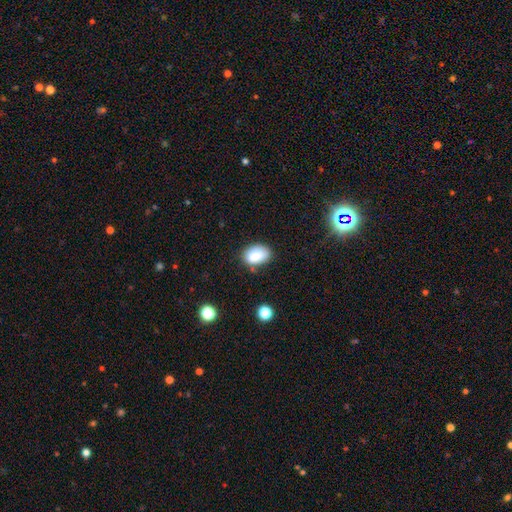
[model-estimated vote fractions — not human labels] A smooth galaxy with no disk features (86%) that is in between round and cigar-shaped (82%).

Vote fractions:
- Smooth or featured? smooth: 86% / star or artifact: 9% / featured or disk: 5%
- How rounded? in between: 82% / round: 17% / cigar-shaped: 1%
- Merging? none: 69% / minor disturbance: 22% / major disturbance: 5% / merger: 4%